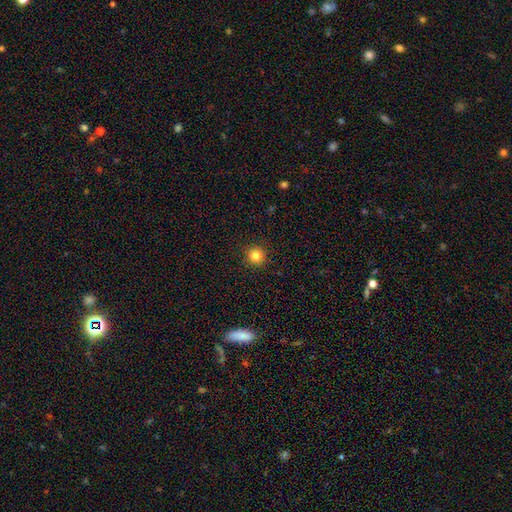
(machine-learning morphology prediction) Smooth or featured? Predicted: smooth (p=0.82). How rounded? Predicted: round (p=0.95). Merging? Predicted: none (p=0.92).